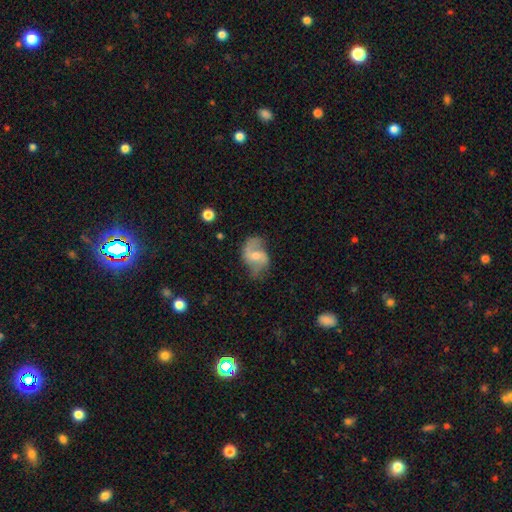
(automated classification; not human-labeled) smooth-or-featured: featured or disk: 77% | smooth: 16% | star or artifact: 7%
  disk-edge-on: no: 97% | yes: 3%
    bar: weak: 46% | no: 36% | strong: 17%
    has-spiral-arms: yes: 92% | no: 8%
      spiral-winding: loose: 54% | medium: 36% | tight: 10%
      spiral-arm-count: 2: 87% | can't tell: 5% | 1: 4% | 3: 2% | 4: 1% | more than 4: 1%
    bulge-size: moderate: 49% | small: 44% | none: 4% | large: 3% | dominant: 1%
  merging: none: 65% | minor disturbance: 22% | major disturbance: 11% | merger: 2%